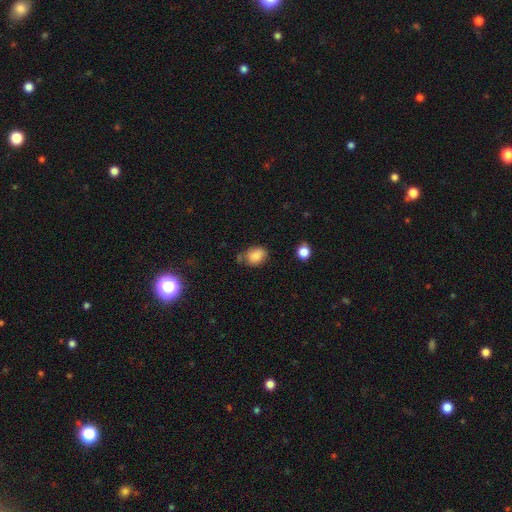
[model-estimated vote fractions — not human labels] Smooth or featured: smooth — 85% (star or artifact — 10%)
How rounded: in between — 61% (round — 38%)
Merging: none — 62% (minor disturbance — 25%)